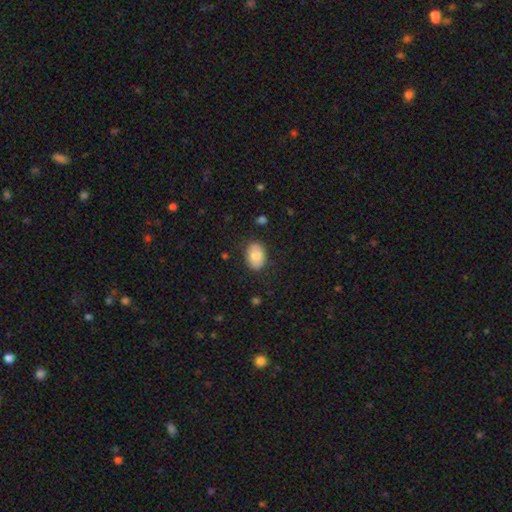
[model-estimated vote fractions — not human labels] A smooth galaxy with no disk features (81%) that is in between round and cigar-shaped (78%). Merging: none (84%).